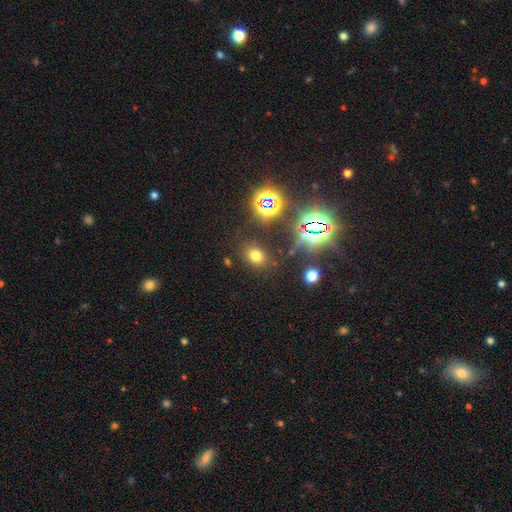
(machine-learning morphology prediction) smooth_or_featured: smooth (p=0.64) [alt: star or artifact p=0.28]
how_rounded: in between (p=0.53) [alt: round p=0.46]
merging: none (p=0.84) [alt: minor disturbance p=0.09]